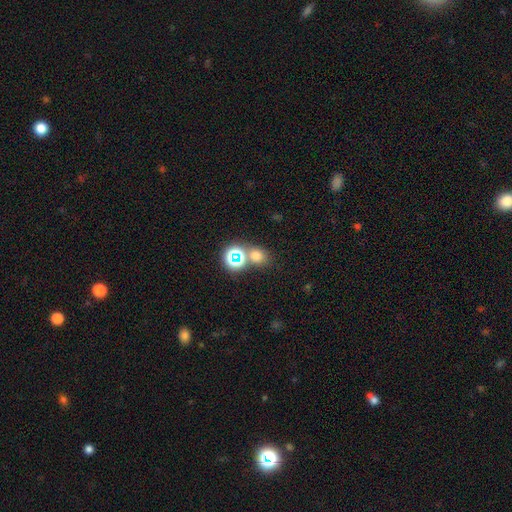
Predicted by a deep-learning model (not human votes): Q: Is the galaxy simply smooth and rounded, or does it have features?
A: smooth — 64%.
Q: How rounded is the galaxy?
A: round — 71%.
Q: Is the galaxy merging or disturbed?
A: none — 63%.